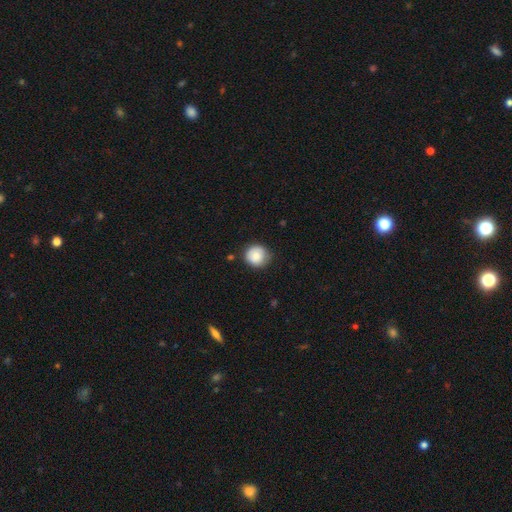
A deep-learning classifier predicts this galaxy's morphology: Overall: smooth (82%). How rounded: round (91%). Merging: none (79%).